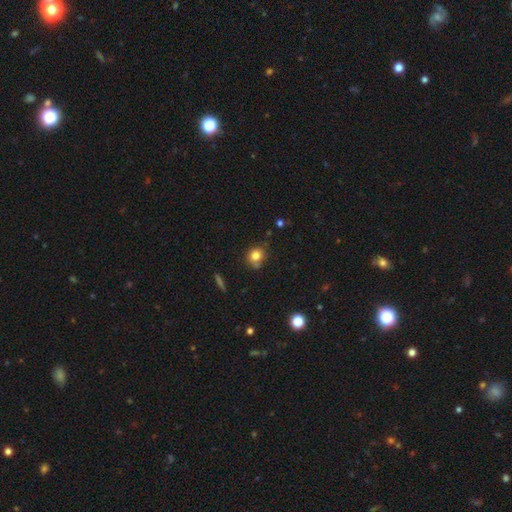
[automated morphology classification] Smooth or featured?
  - smooth: 80% *
  - star or artifact: 12%
  - featured or disk: 8%
How rounded?
  - round: 80% *
  - in between: 19%
  - cigar-shaped: 1%
Merging?
  - none: 66% *
  - minor disturbance: 22%
  - merger: 7%
  - major disturbance: 5%